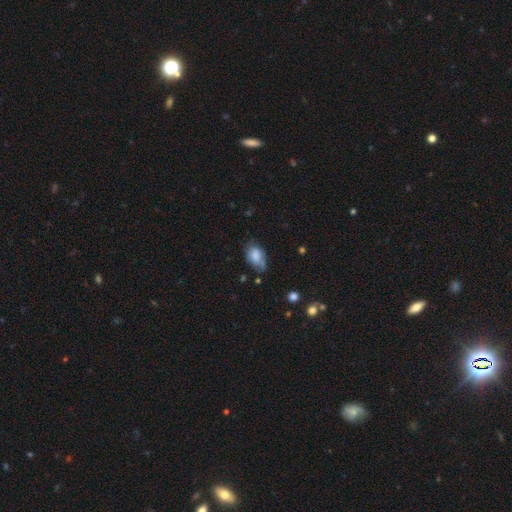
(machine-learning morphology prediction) smooth-or-featured: smooth: 78% | featured or disk: 14% | star or artifact: 8%
  how-rounded: in between: 88% | round: 10% | cigar-shaped: 2%
  merging: none: 48% | minor disturbance: 37% | major disturbance: 11% | merger: 4%